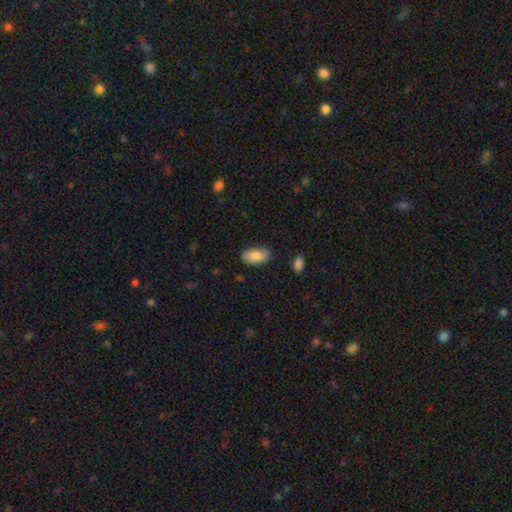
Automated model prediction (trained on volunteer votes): Smooth or featured? Predicted: smooth (p=0.85). How rounded? Predicted: in between (p=0.94). Merging? Predicted: none (p=0.84).